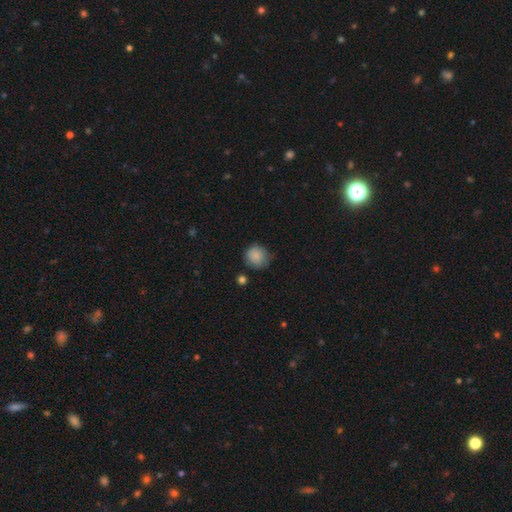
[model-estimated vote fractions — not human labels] Smooth or featured? Predicted: smooth (p=0.85). How rounded? Predicted: round (p=0.88). Merging? Predicted: none (p=0.71).